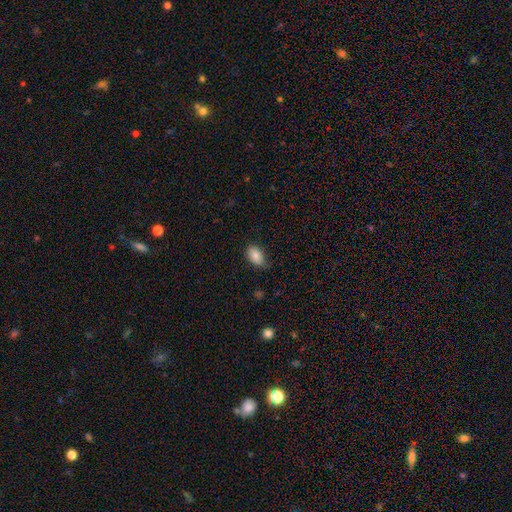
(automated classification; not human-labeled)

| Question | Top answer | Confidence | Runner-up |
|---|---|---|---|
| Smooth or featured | smooth | 84% | featured or disk (8%) |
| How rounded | in between | 90% | round (8%) |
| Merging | none | 72% | minor disturbance (23%) |